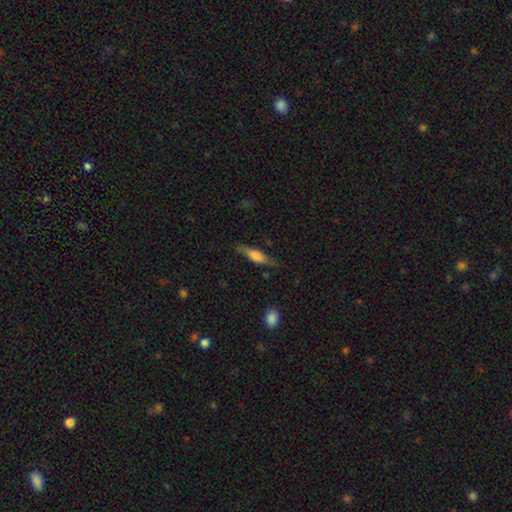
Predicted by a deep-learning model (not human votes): Smooth or featured: smooth — 59% (featured or disk — 34%)
How rounded: cigar-shaped — 72% (in between — 26%)
Merging: none — 78% (minor disturbance — 16%)